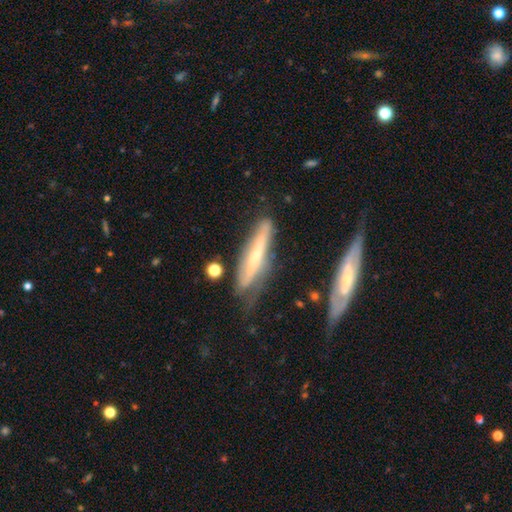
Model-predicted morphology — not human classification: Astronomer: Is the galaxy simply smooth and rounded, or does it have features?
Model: featured or disk — 65%.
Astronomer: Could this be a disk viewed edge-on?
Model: yes — 70%.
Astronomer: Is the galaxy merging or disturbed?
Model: none — 58%.